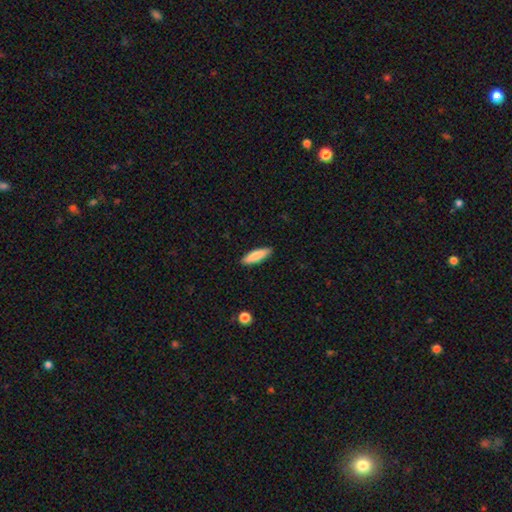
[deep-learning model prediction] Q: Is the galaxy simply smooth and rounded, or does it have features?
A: smooth — 85%.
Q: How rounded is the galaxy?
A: cigar-shaped — 58%.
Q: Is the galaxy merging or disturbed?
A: none — 89%.